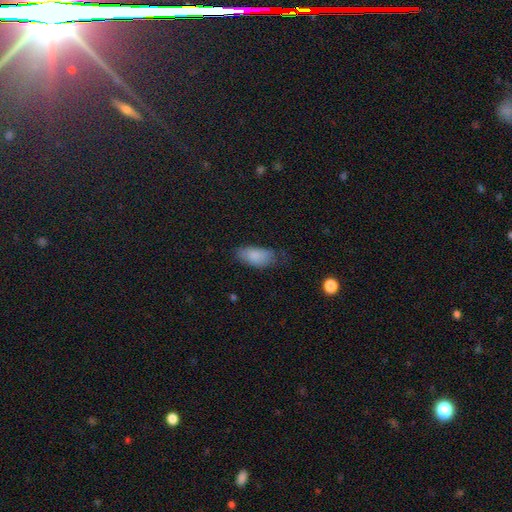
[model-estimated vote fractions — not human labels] Overall: smooth (85%). How rounded: in between (89%). Merging: none (56%; minor disturbance 32%).